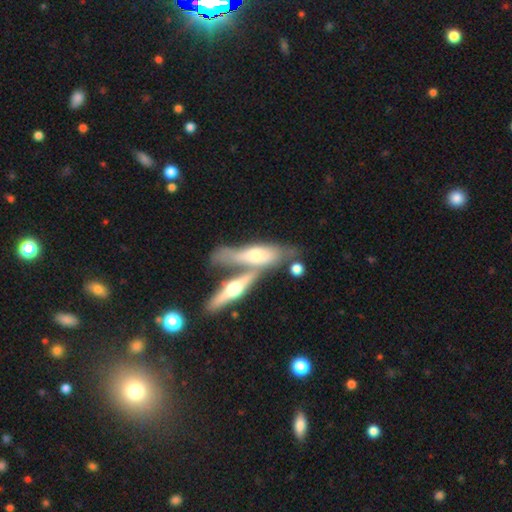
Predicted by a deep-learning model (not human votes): This is possibly a featured or disk galaxy (54%). It is likely viewed edge-on (79%). Merging: possibly merger (50%).